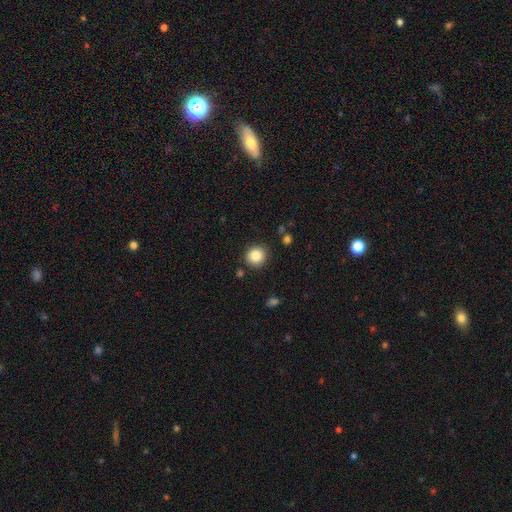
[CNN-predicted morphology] Smooth or featured? Predicted: smooth (p=0.86). How rounded? Predicted: round (p=0.89). Merging? Predicted: none (p=0.87).